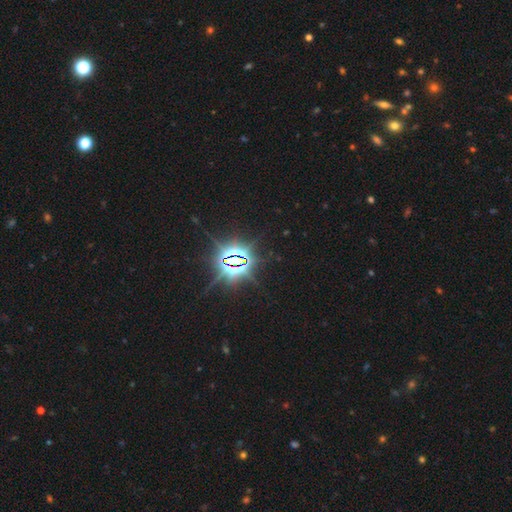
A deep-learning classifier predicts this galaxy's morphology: type=star or artifact (86%).